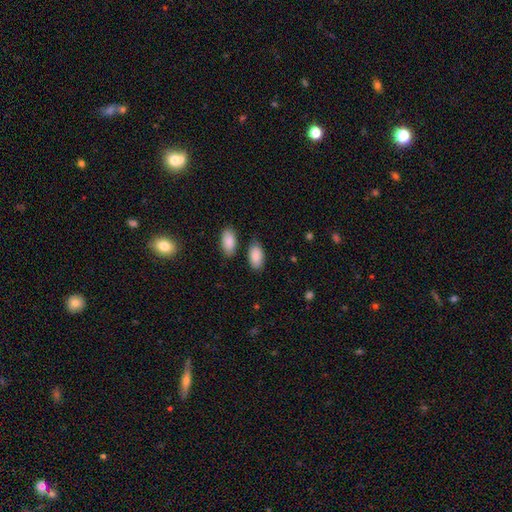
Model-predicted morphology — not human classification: The model was most divided on "merging": none: 73%, minor disturbance: 16%, merger: 7%, major disturbance: 4%. More confident: how rounded — in between (95%); smooth or featured — smooth (89%).